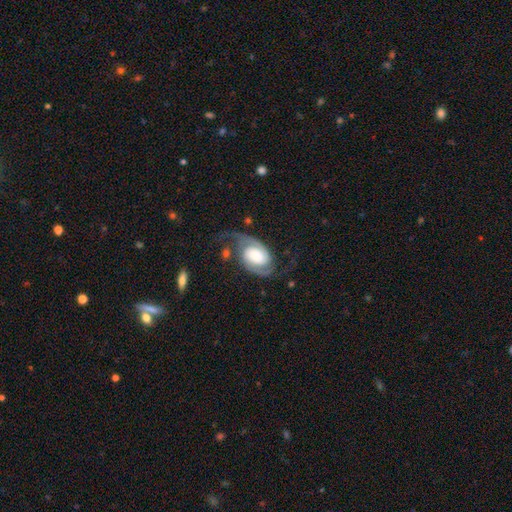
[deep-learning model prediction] smooth_or_featured: featured or disk (p=0.87) [alt: smooth p=0.07]
disk_edge_on: no (p=0.98) [alt: yes p=0.02]
bar: no (p=0.65) [alt: weak p=0.25]
has_spiral_arms: yes (p=0.97) [alt: no p=0.03]
spiral_winding: medium (p=0.44) [alt: loose p=0.34]
spiral_arm_count: 2 (p=0.94) [alt: can't tell p=0.02]
bulge_size: large (p=0.44) [alt: dominant p=0.21]
merging: none (p=0.63) [alt: minor disturbance p=0.19]